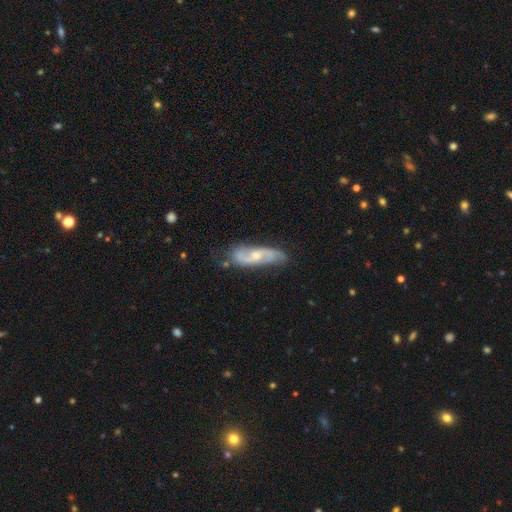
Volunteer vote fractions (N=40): This appears to be a featured or disk galaxy (80%) with no bar (55%), 2 (76%) medium (62%) spiral arms (100%) and a moderate central bulge (59%). Merging: none (69%).